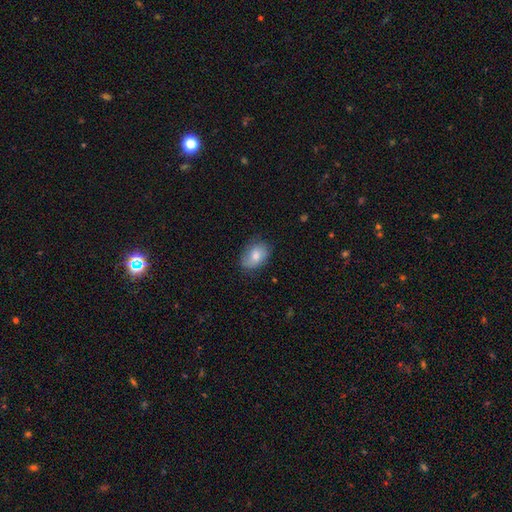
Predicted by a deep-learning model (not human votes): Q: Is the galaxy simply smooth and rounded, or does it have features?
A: smooth — 72%.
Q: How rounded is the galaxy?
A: in between — 79%.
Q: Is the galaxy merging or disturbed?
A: none — 76%.